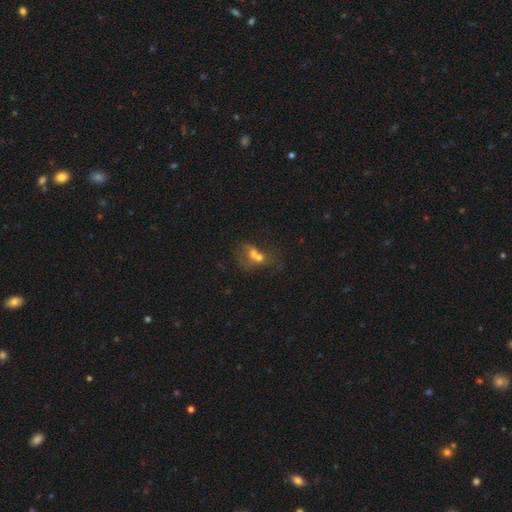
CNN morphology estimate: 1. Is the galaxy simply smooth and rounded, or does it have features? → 53% smooth, 34% featured or disk, 13% star or artifact.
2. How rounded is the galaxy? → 53% in between, 44% round, 2% cigar-shaped.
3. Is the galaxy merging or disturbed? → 71% merger, 14% none, 8% major disturbance, 6% minor disturbance.